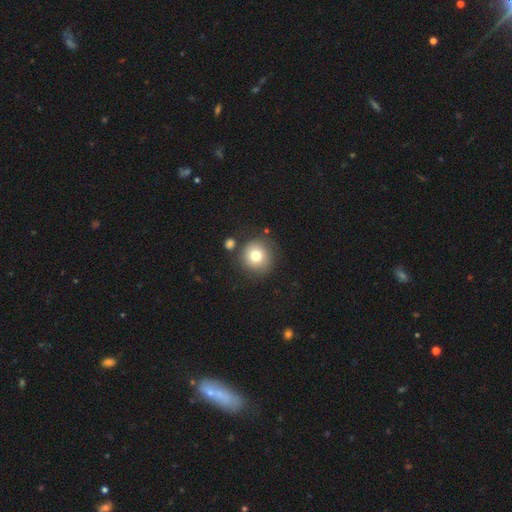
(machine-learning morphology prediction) A smooth galaxy with no disk features (77%) that is round (93%).

Vote fractions:
- Smooth or featured? smooth: 77% / featured or disk: 12% / star or artifact: 11%
- How rounded? round: 93% / in between: 6% / cigar-shaped: 1%
- Merging? none: 78% / minor disturbance: 11% / merger: 7% / major disturbance: 4%